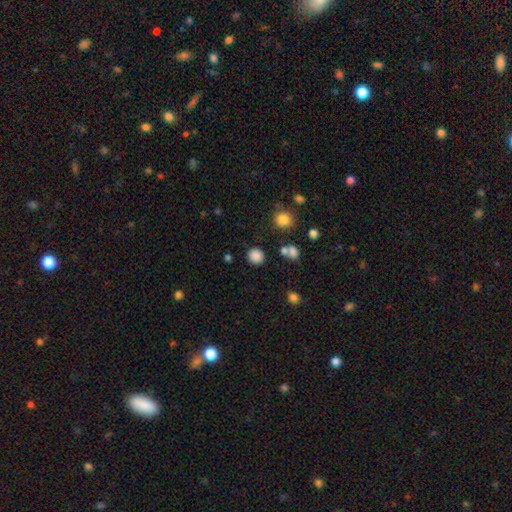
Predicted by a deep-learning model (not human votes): Smooth or featured? Predicted: smooth (p=0.84). How rounded? Predicted: round (p=0.87). Merging? Predicted: none (p=0.84).